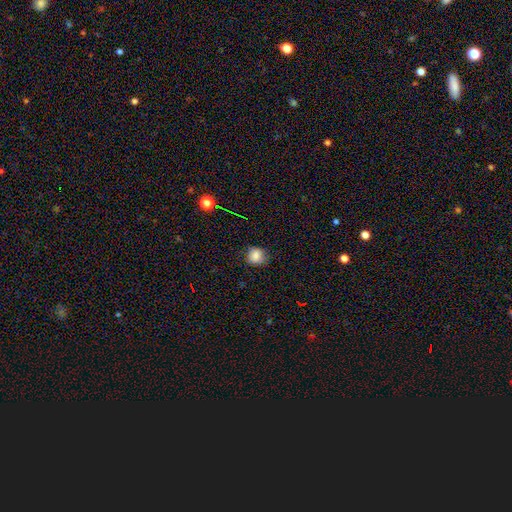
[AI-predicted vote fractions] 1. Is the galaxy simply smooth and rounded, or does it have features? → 82% smooth, 11% star or artifact, 6% featured or disk.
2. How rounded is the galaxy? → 77% round, 22% in between, 1% cigar-shaped.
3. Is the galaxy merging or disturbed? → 74% none, 20% minor disturbance, 5% major disturbance, 1% merger.